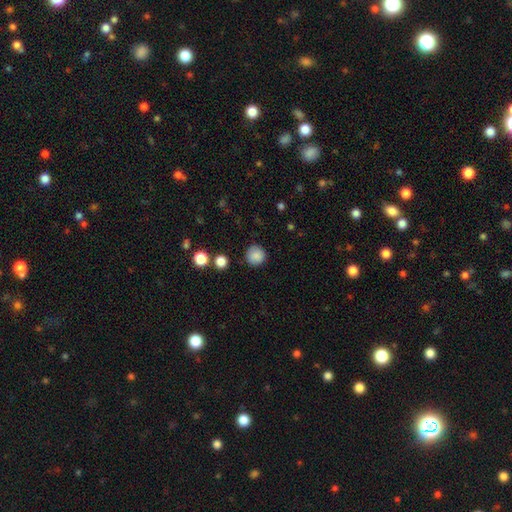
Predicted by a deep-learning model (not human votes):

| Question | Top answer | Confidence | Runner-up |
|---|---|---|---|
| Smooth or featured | smooth | 87% | star or artifact (9%) |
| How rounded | round | 94% | in between (5%) |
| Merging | none | 88% | minor disturbance (8%) |